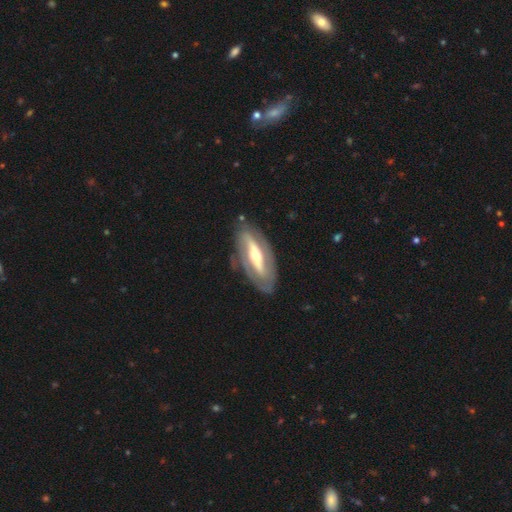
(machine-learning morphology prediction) type=featured or disk (77%); edge-on=no (79%); bar=strong (62%); spiral arms=yes (65%); bulge=moderate (65%); merging=none (78%).